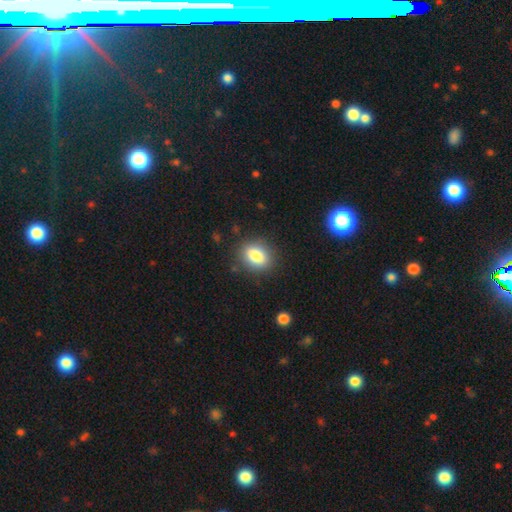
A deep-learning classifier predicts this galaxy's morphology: This appears to be a smooth galaxy with no disk features (83%) that is in between round and cigar-shaped (65%). Merging: none (85%).